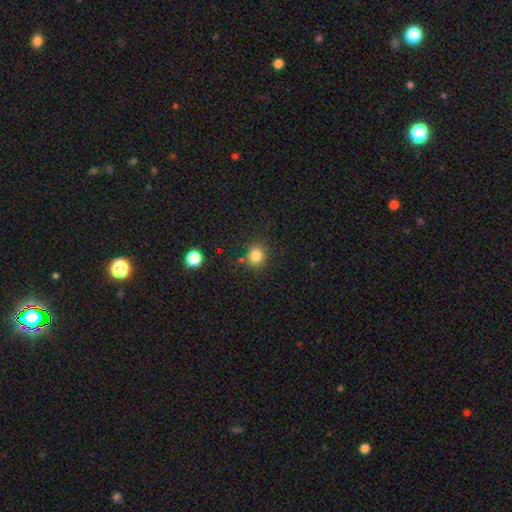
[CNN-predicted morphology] The model was most divided on "merging": none: 80%, minor disturbance: 11%, merger: 5%, major disturbance: 3%. More confident: how rounded — round (84%); smooth or featured — smooth (82%).